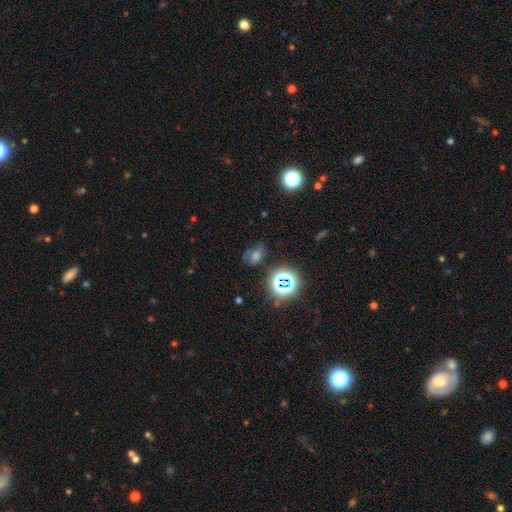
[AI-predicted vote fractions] A star or artifact, not a galaxy (45%).

Vote fractions:
- Smooth or featured? star or artifact: 45% / smooth: 36% / featured or disk: 19%